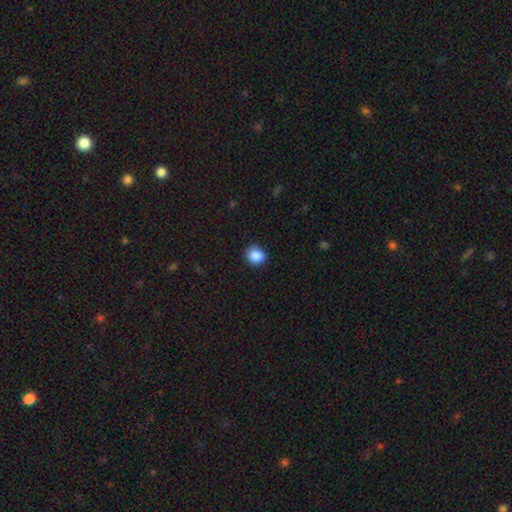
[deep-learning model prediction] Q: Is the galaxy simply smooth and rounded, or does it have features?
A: smooth — 88%.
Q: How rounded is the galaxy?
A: round — 77%.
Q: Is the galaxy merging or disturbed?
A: none — 82%.